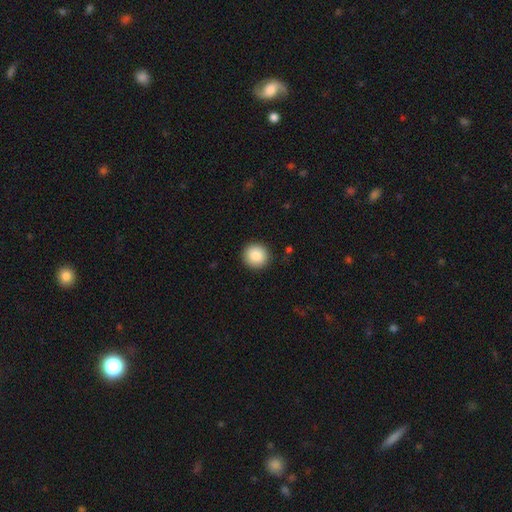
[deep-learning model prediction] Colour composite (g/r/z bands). It shows a smooth galaxy with no disk features (88%) that is round (92%). Merging: none (91%).